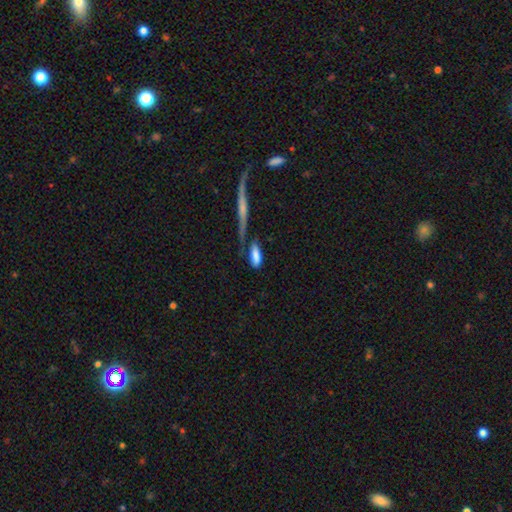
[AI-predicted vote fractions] Smooth or featured: smooth — 79% (featured or disk — 14%)
How rounded: in between — 68% (cigar-shaped — 29%)
Merging: none — 43% (merger — 27%)